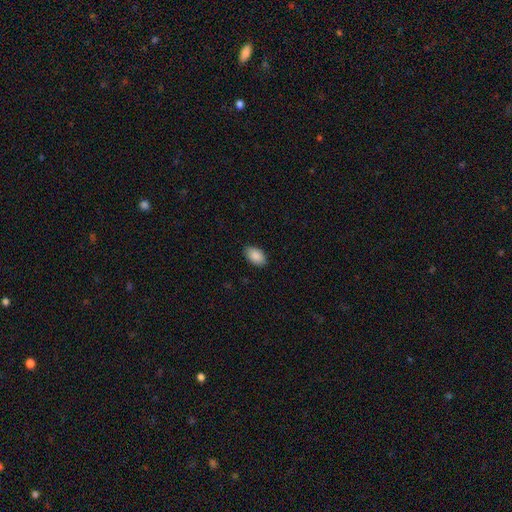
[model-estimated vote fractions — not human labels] A smooth galaxy with no disk features (89%) that is in between round and cigar-shaped (93%). Merging: none (87%).